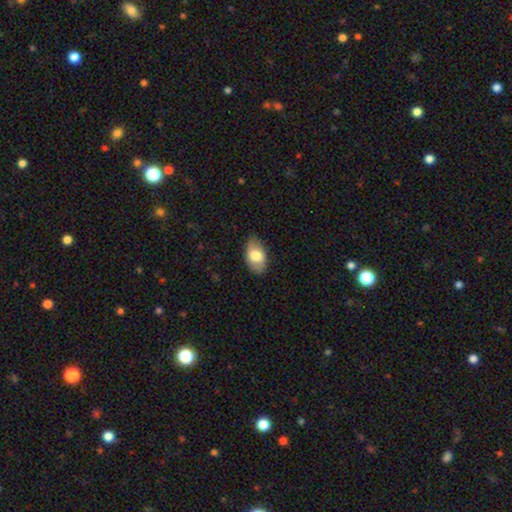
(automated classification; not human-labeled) Smooth or featured? Predicted: smooth (p=0.74). How rounded? Predicted: in between (p=0.92). Merging? Predicted: none (p=0.83).